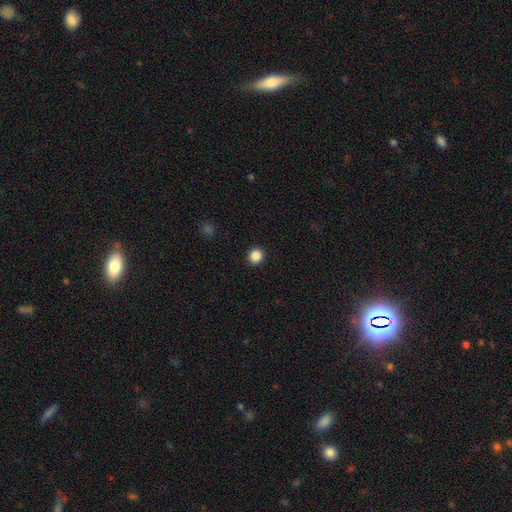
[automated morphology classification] Overall: smooth (87%). How rounded: round (82%). Merging: none (92%).